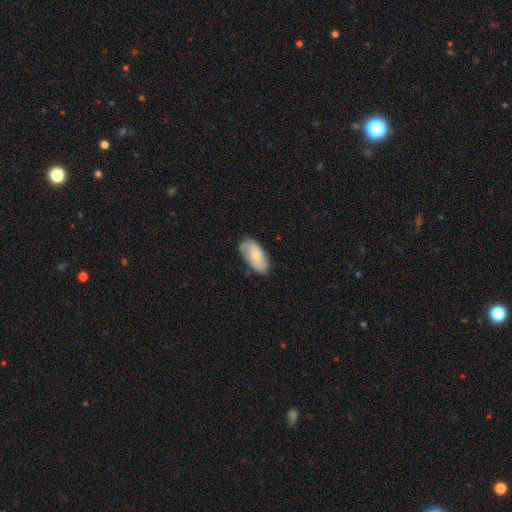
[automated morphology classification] type=smooth (52%); roundness=in between (92%); merging=none (64%).